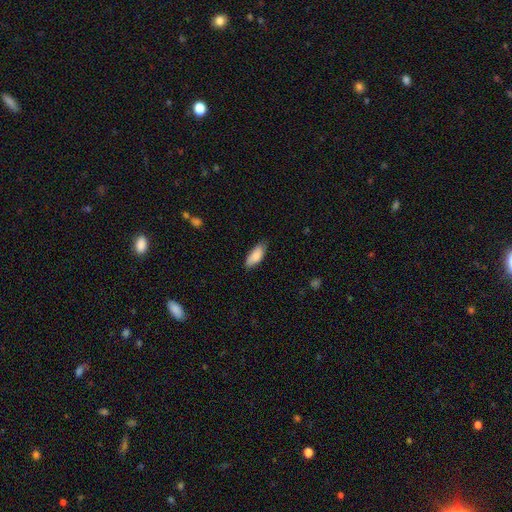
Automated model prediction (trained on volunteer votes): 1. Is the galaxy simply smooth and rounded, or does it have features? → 86% smooth, 8% featured or disk, 6% star or artifact.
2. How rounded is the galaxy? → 81% in between, 17% cigar-shaped, 2% round.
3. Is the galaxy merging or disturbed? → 77% none, 19% minor disturbance, 3% major disturbance, 1% merger.